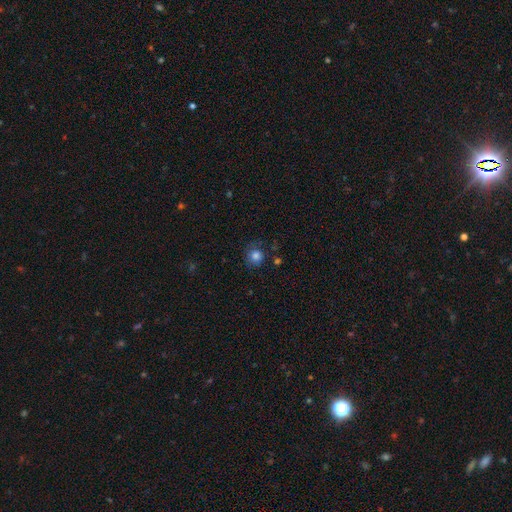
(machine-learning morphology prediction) A smooth galaxy with no disk features (82%) that is round (91%). Merging: none (76%).